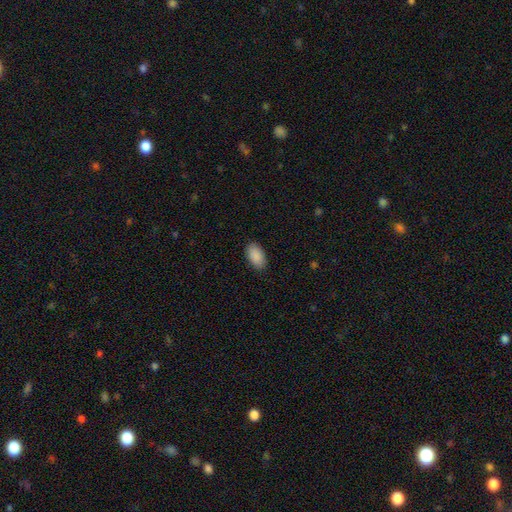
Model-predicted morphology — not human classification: Smooth or featured?
  - smooth: 91% *
  - star or artifact: 6%
  - featured or disk: 3%
How rounded?
  - in between: 95% *
  - round: 3%
  - cigar-shaped: 2%
Merging?
  - none: 88% *
  - minor disturbance: 9%
  - major disturbance: 2%
  - merger: 1%